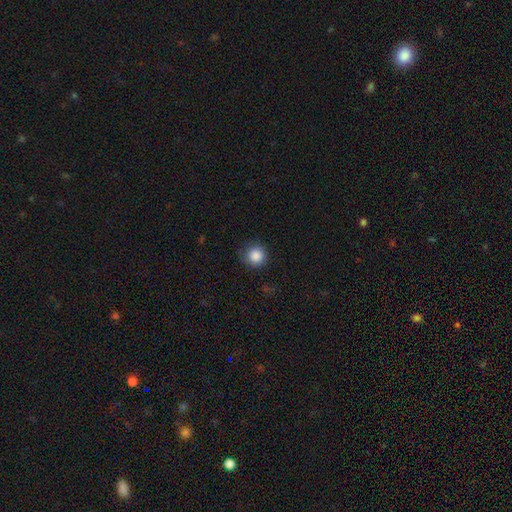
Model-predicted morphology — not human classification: Smooth or featured: smooth — 87% (star or artifact — 10%)
How rounded: round — 94% (in between — 5%)
Merging: none — 83% (minor disturbance — 13%)